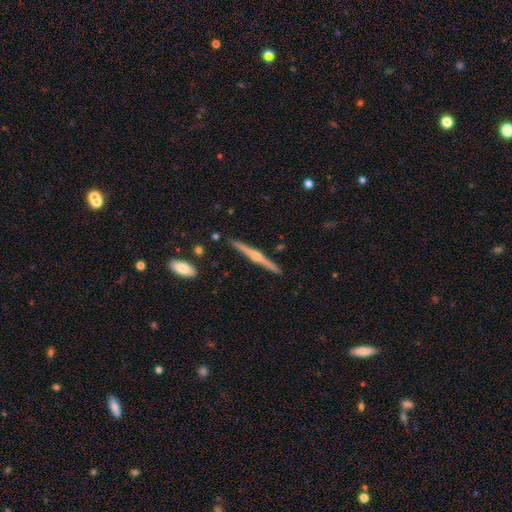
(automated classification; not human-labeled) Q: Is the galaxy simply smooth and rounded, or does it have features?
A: featured or disk — 77%.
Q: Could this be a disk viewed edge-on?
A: yes — 98%.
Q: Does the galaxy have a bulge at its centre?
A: rounded — 86%.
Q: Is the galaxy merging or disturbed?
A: none — 91%.